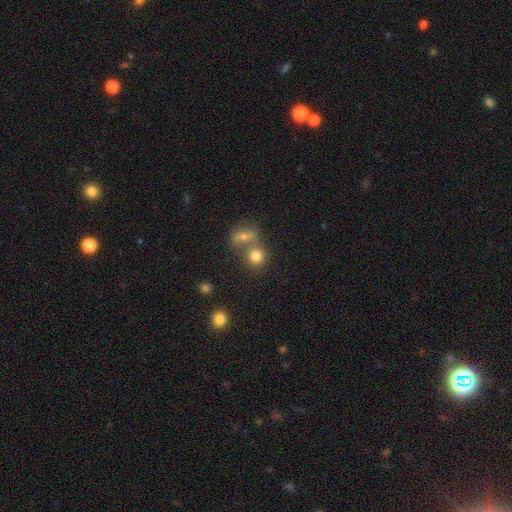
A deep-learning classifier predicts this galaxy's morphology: type=smooth (78%); roundness=round (80%); merging=none (46%).